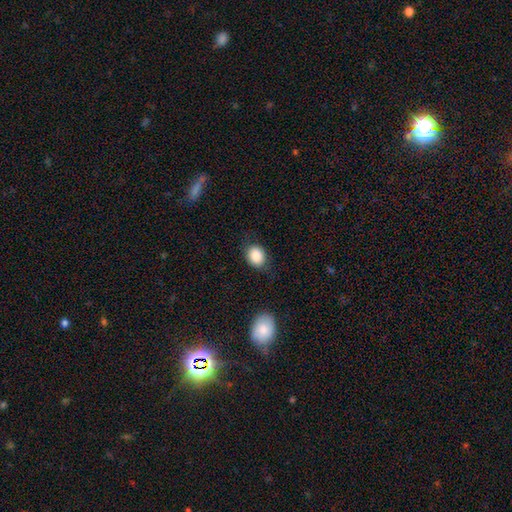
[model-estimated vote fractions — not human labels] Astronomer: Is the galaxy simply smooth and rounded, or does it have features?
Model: smooth — 85%.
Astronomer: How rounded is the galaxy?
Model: round — 52% (runner-up: in between, 47%).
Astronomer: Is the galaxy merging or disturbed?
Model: none — 80%.